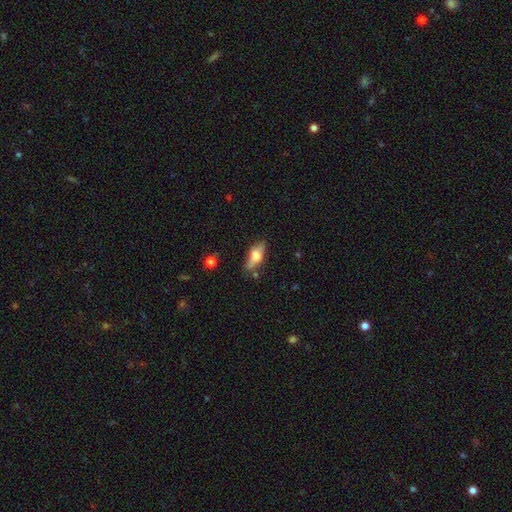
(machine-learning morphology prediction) smooth_or_featured: smooth (p=0.52) [alt: featured or disk p=0.40]
how_rounded: in between (p=0.68) [alt: cigar-shaped p=0.27]
merging: none (p=0.69) [alt: minor disturbance p=0.19]